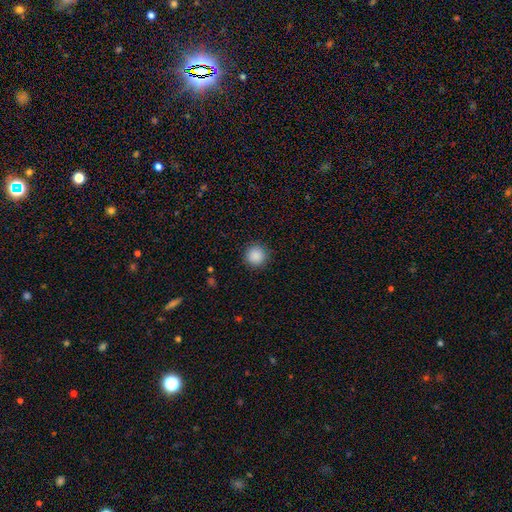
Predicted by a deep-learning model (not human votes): This is clearly a smooth galaxy (88%). How rounded: clearly round (95%). Merging: clearly none (91%).